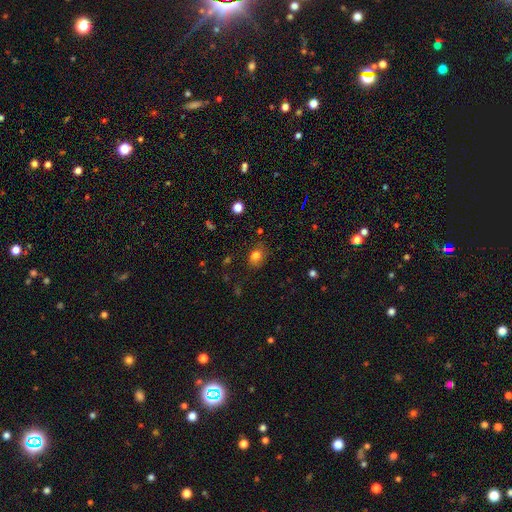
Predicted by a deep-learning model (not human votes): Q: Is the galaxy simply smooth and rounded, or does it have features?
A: smooth — 79%.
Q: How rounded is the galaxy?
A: in between — 60%.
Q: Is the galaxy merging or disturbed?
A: none — 73%.